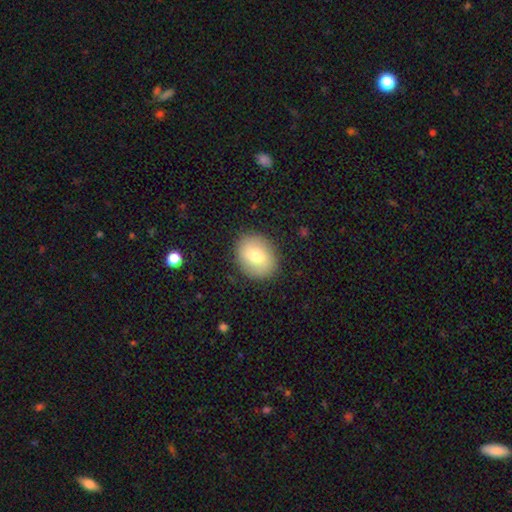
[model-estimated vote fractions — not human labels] smooth 72%, featured or disk 19%, star or artifact 9%. Down the decision tree: how rounded — round (59%); merging — none (87%).